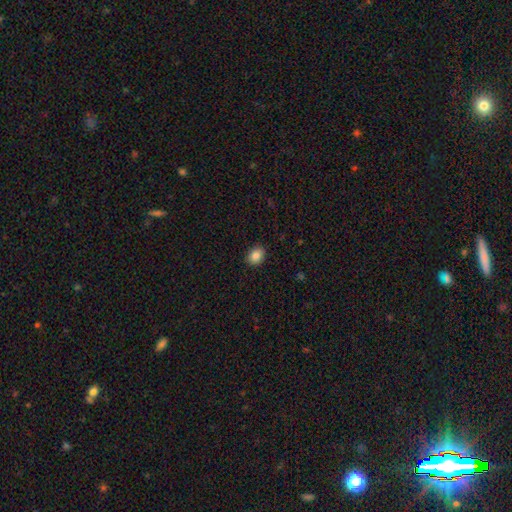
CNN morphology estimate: Q: Smooth or featured?
A: smooth (87%); runner-up: star or artifact (9%)
Q: How rounded?
A: in between (59%); runner-up: round (40%)
Q: Merging?
A: none (89%); runner-up: minor disturbance (8%)